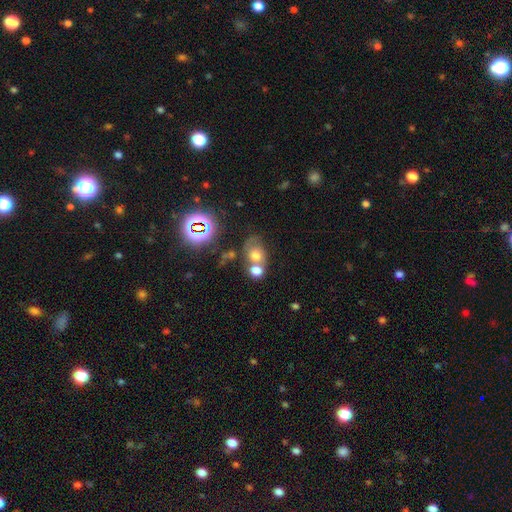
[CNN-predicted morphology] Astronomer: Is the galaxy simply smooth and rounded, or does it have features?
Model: smooth — 64%.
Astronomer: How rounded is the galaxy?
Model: round — 52% (runner-up: in between, 47%).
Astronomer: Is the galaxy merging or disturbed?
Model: merger — 47% (runner-up: none, 34%).